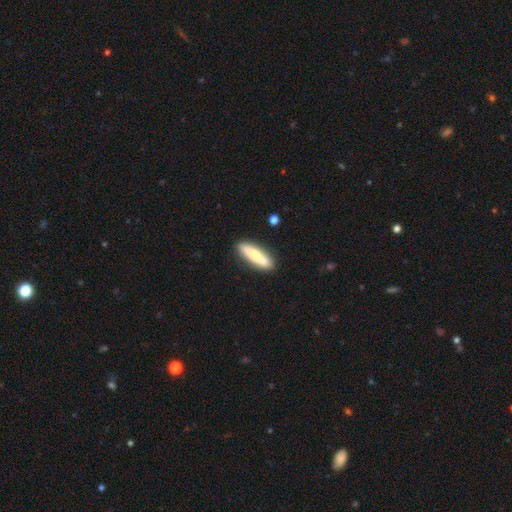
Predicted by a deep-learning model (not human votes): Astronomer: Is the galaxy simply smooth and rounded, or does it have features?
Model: smooth — 67%.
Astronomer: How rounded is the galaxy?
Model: cigar-shaped — 72%.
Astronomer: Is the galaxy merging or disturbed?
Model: none — 87%.